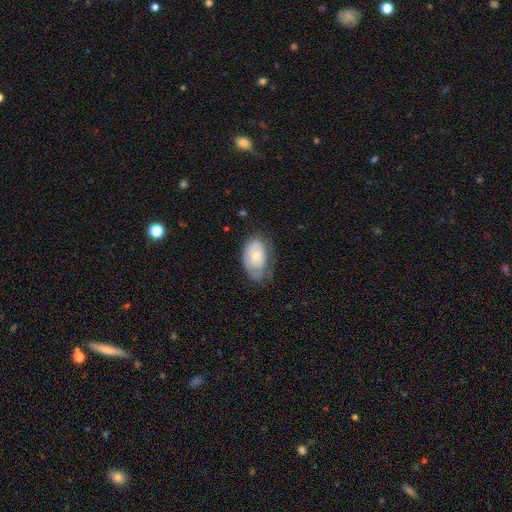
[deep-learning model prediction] Morphology: type=smooth (61%); roundness=in between (90%); merging=none (49%).